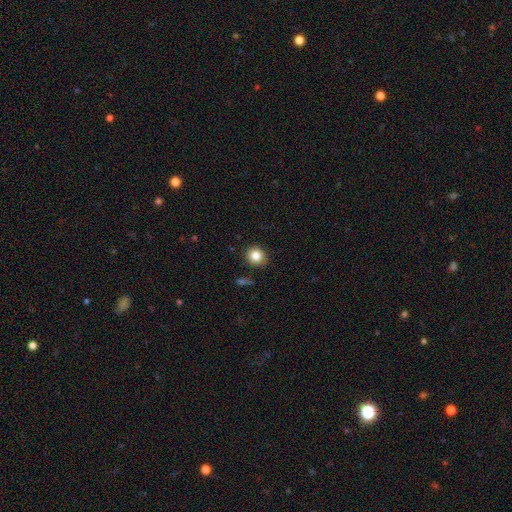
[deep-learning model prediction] Overall: smooth (83%). How rounded: round (84%). Merging: none (89%).